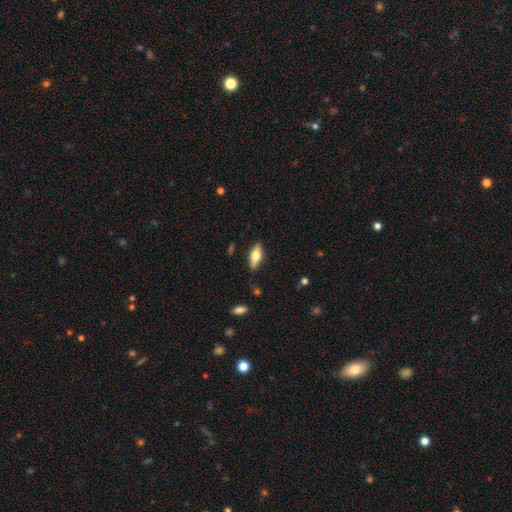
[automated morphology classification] This appears to be a smooth galaxy with no disk features (52%) that is in between round and cigar-shaped (72%). Merging: none (84%).